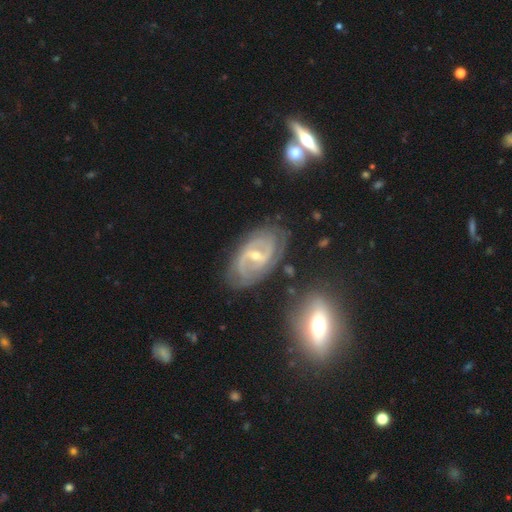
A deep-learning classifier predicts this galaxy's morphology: The model was most divided on "spiral winding": medium: 46%, tight: 37%, loose: 18%. Remaining: edge-on disk — no (96%); spiral arms — yes (95%); smooth or featured — featured or disk (87%); merging — none (76%); spiral arm count — 2 (75%); bulge size — small (57%); bar — weak (48%).